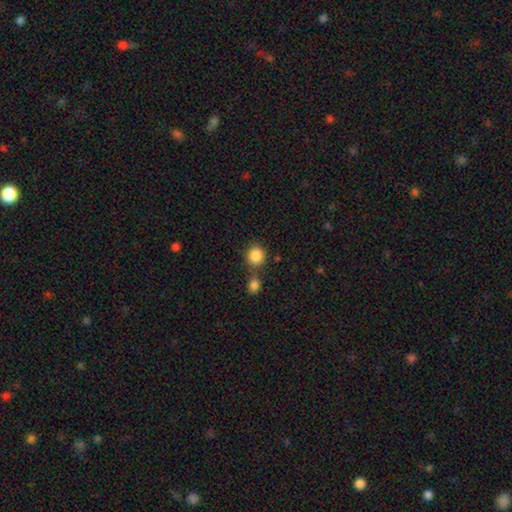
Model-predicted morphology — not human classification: A smooth galaxy with no disk features (87%) that is round (86%). Merging: none (62%).